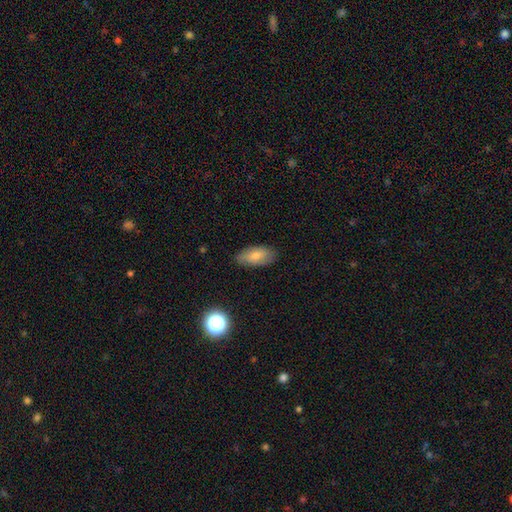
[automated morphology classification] type=smooth (72%); roundness=in between (90%); merging=none (83%).